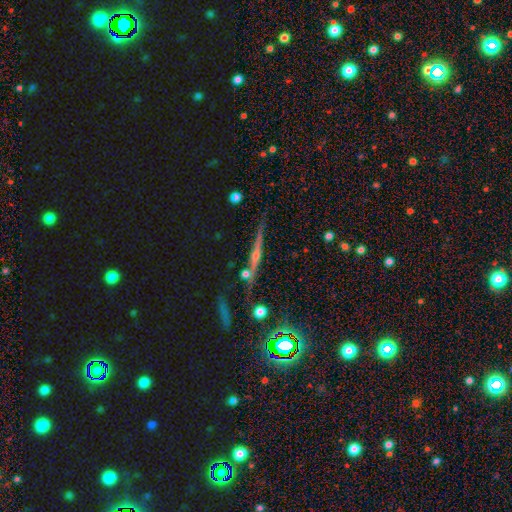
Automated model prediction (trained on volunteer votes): Smooth or featured? featured or disk (72%)
Edge-on disk? yes (96%)
Edge-on bulge? rounded (86%)
Merging? none (79%)